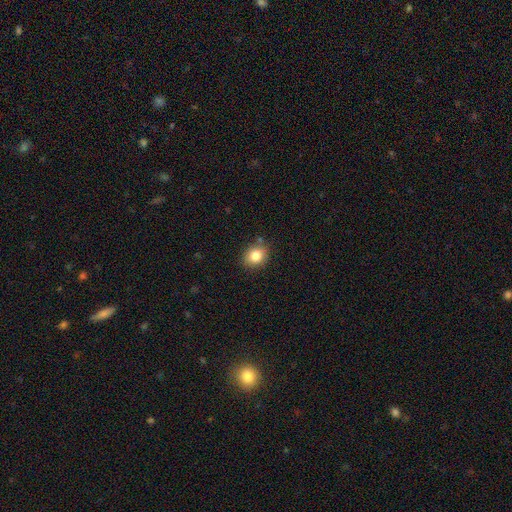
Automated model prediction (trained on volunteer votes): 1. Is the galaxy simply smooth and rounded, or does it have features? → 83% smooth, 10% star or artifact, 7% featured or disk.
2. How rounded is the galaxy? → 65% round, 34% in between, 1% cigar-shaped.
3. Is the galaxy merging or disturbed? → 82% none, 12% minor disturbance, 3% merger, 3% major disturbance.